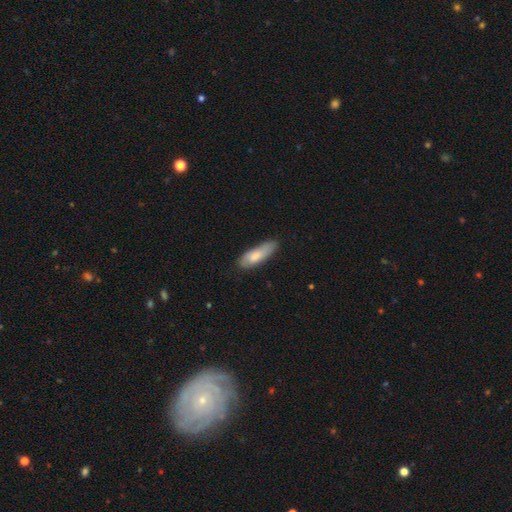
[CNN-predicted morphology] A smooth galaxy with no disk features (73%) that is in between round and cigar-shaped (54%).

Vote fractions:
- Smooth or featured? smooth: 73% / featured or disk: 21% / star or artifact: 6%
- How rounded? in between: 54% / cigar-shaped: 44% / round: 2%
- Merging? none: 63% / minor disturbance: 29% / major disturbance: 7% / merger: 2%